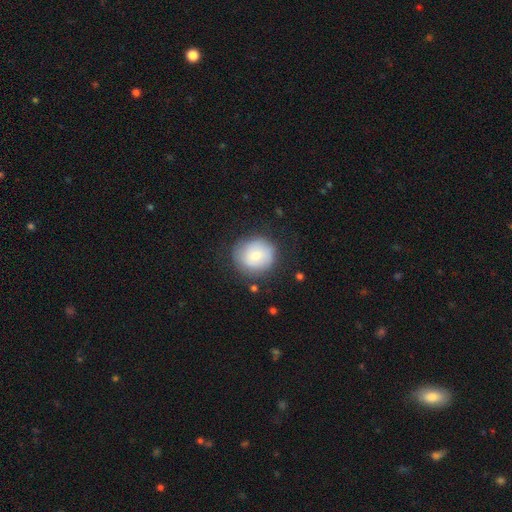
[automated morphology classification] A smooth galaxy with no disk features (70%) that is round (89%).

Vote fractions:
- Smooth or featured? smooth: 70% / featured or disk: 22% / star or artifact: 8%
- How rounded? round: 89% / in between: 10% / cigar-shaped: 1%
- Merging? none: 76% / minor disturbance: 16% / major disturbance: 6% / merger: 2%